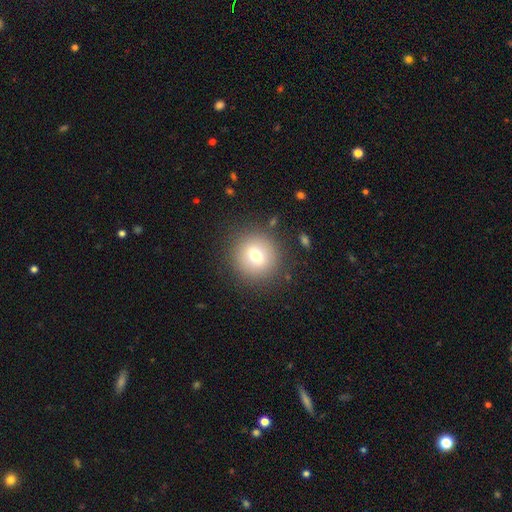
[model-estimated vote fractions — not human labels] Morphology: type=smooth (69%); roundness=round (92%); merging=none (86%).